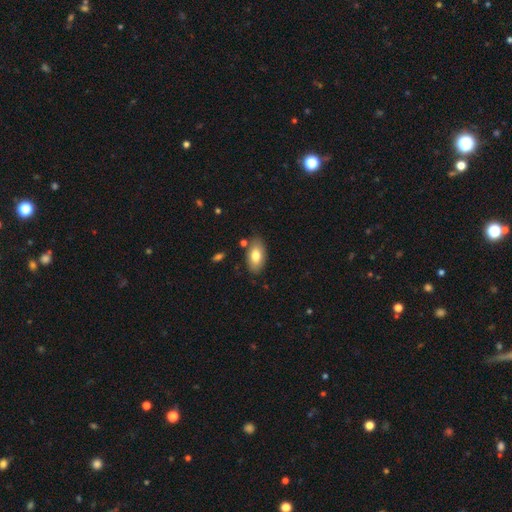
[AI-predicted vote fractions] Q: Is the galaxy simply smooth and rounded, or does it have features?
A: smooth — 78%.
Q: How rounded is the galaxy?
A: in between — 93%.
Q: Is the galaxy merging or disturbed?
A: none — 81%.